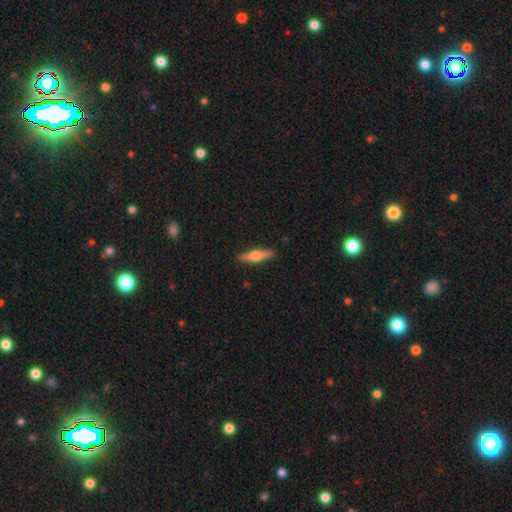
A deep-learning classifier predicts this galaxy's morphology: Smooth or featured?
  - featured or disk: 53% *
  - smooth: 41%
  - star or artifact: 6%
Edge-on disk?
  - yes: 95% *
  - no: 5%
Edge-on bulge?
  - rounded: 90% *
  - boxy: 6%
  - none: 3%
Merging?
  - none: 89% *
  - minor disturbance: 8%
  - major disturbance: 2%
  - merger: 1%